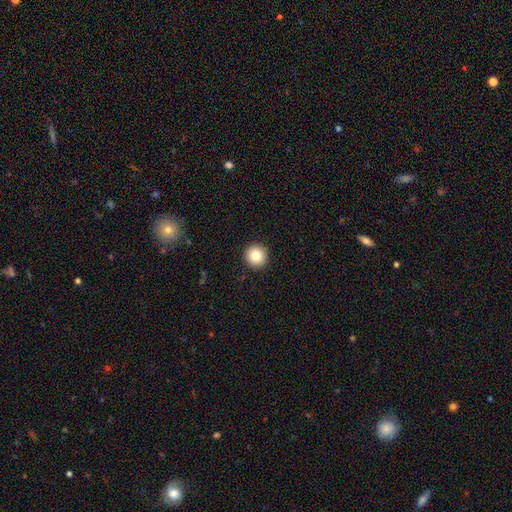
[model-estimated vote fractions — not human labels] Overall: smooth (83%). How rounded: round (96%). Merging: none (93%).